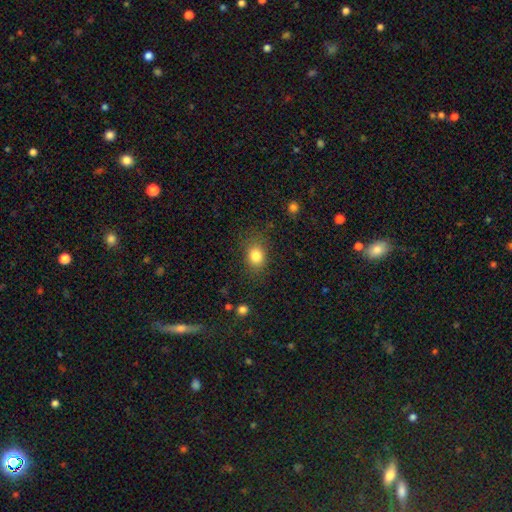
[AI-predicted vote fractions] smooth 83%, star or artifact 11%, featured or disk 7%. Down the decision tree: how rounded — in between (51%); merging — none (77%).